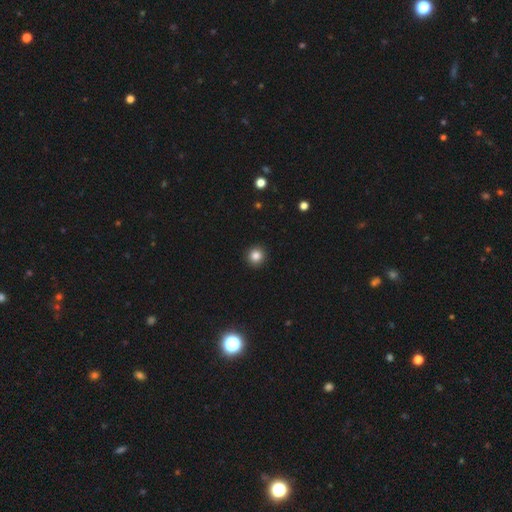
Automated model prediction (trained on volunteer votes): This is clearly a smooth galaxy (84%). How rounded: clearly round (93%). Merging: clearly none (93%).